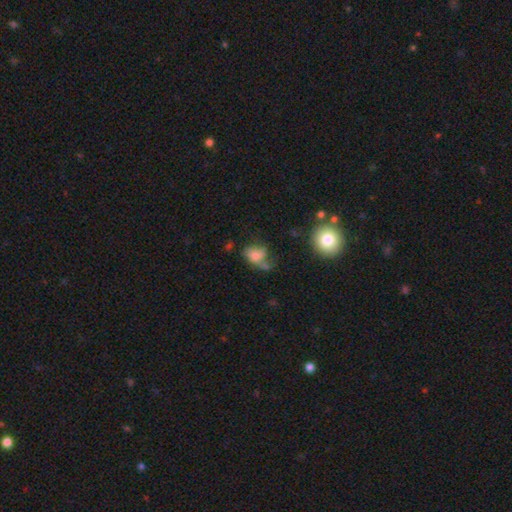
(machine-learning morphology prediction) smooth-or-featured: smooth: 65% | featured or disk: 22% | star or artifact: 12%
  how-rounded: in between: 67% | round: 31% | cigar-shaped: 2%
  merging: none: 31% | major disturbance: 24% | minor disturbance: 23% | merger: 22%